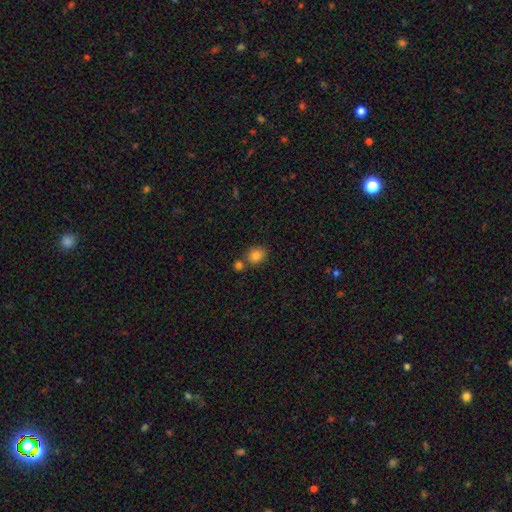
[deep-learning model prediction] smooth_or_featured: smooth (p=0.84) [alt: star or artifact p=0.11]
how_rounded: round (p=0.61) [alt: in between p=0.38]
merging: none (p=0.64) [alt: merger p=0.21]